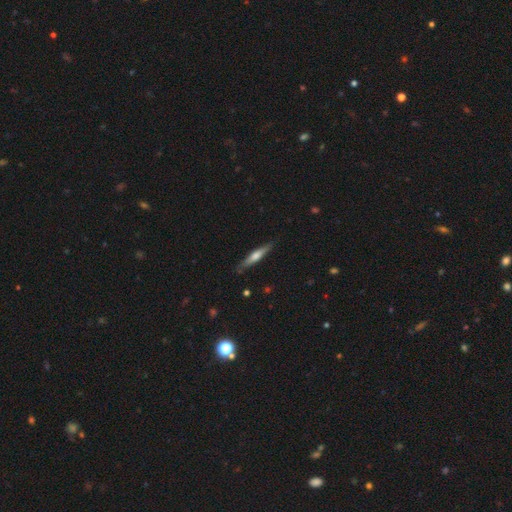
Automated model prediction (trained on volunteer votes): Q: Smooth or featured?
A: smooth (48%); runner-up: featured or disk (46%)
Q: Merging?
A: none (85%); runner-up: minor disturbance (12%)